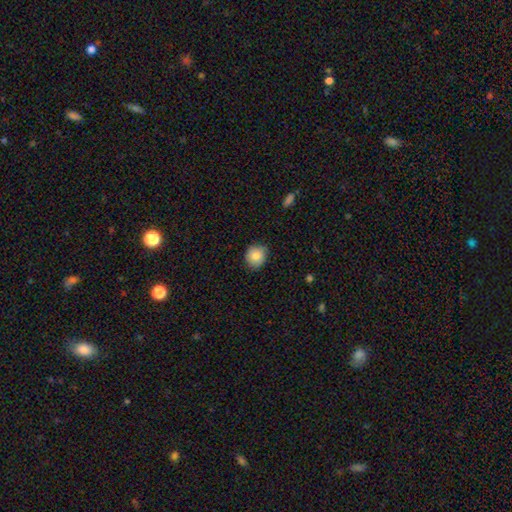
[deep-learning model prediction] Morphology: type=smooth (82%); roundness=round (81%); merging=none (80%).